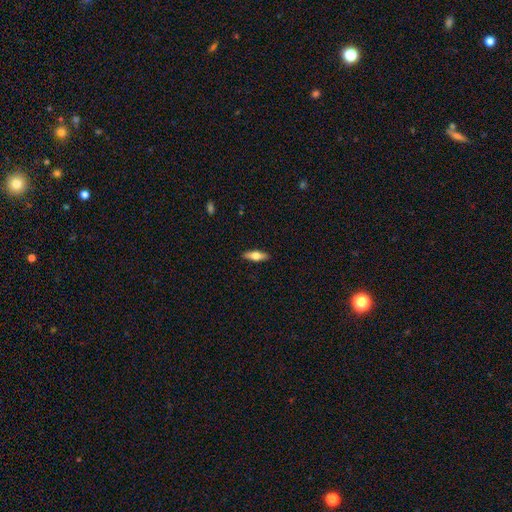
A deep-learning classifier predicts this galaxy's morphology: A smooth galaxy with no disk features (54%) that is in between round and cigar-shaped (50%). Merging: none (90%).